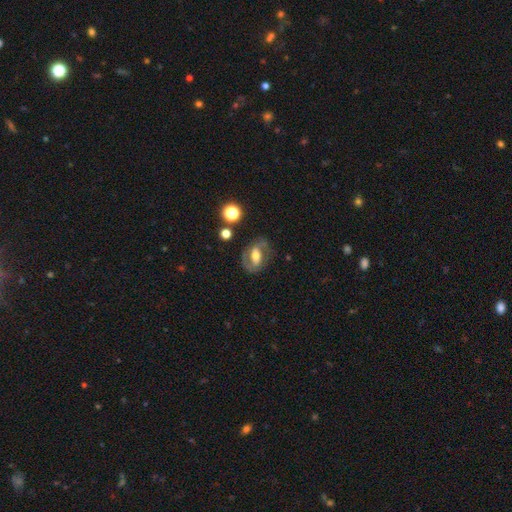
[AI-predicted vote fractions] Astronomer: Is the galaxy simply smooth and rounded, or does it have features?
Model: featured or disk — 72%.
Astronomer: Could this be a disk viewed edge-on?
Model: no — 94%.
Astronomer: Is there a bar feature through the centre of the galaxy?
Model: strong — 38% (runner-up: weak, 37%).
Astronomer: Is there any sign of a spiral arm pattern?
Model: yes — 80%.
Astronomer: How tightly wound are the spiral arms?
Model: medium — 51% (runner-up: tight, 29%).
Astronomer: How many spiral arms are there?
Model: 2 — 85%.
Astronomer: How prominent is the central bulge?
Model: moderate — 60%.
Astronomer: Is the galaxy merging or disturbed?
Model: none — 73%.